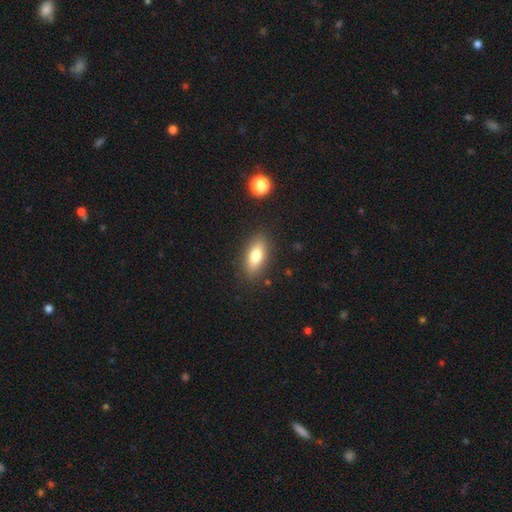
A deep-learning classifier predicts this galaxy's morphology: smooth_or_featured: smooth (p=0.76) [alt: featured or disk p=0.17]
how_rounded: in between (p=0.81) [alt: cigar-shaped p=0.15]
merging: none (p=0.86) [alt: minor disturbance p=0.10]